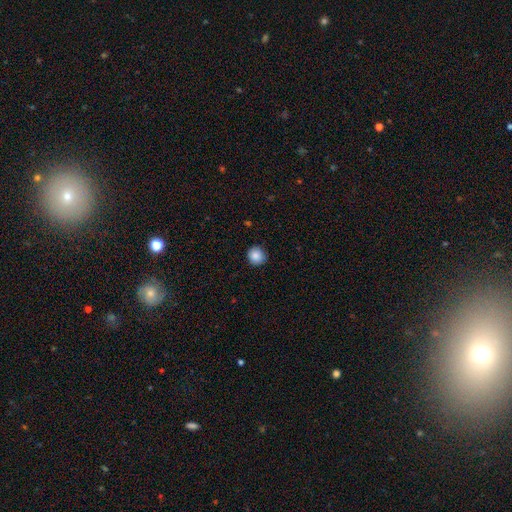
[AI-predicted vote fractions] Smooth or featured? smooth (87%)
How rounded? round (91%)
Merging? none (89%)